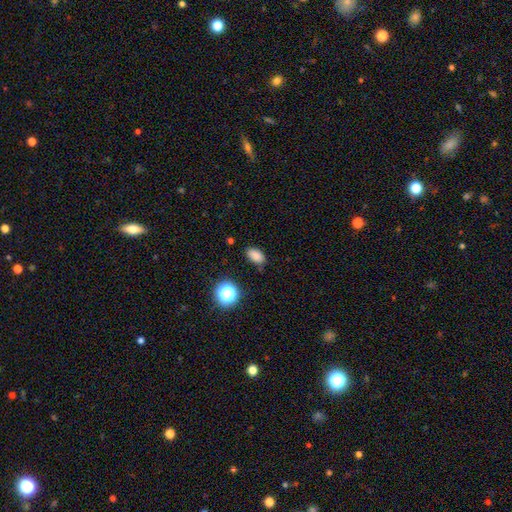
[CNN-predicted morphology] Smooth or featured? smooth (82%)
How rounded? in between (88%)
Merging? none (79%)